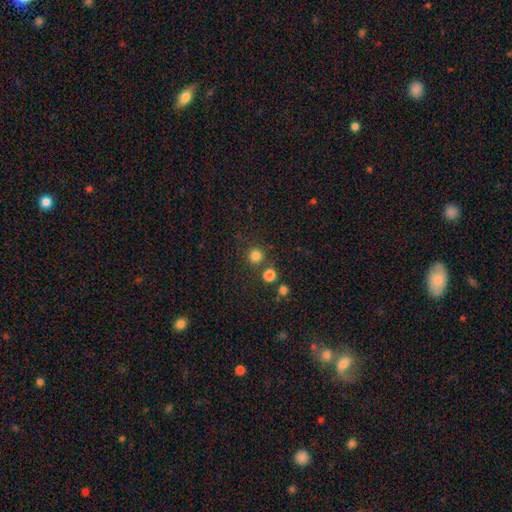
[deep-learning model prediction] Smooth or featured: smooth — 81% (star or artifact — 15%)
How rounded: round — 94% (in between — 5%)
Merging: none — 79% (merger — 11%)